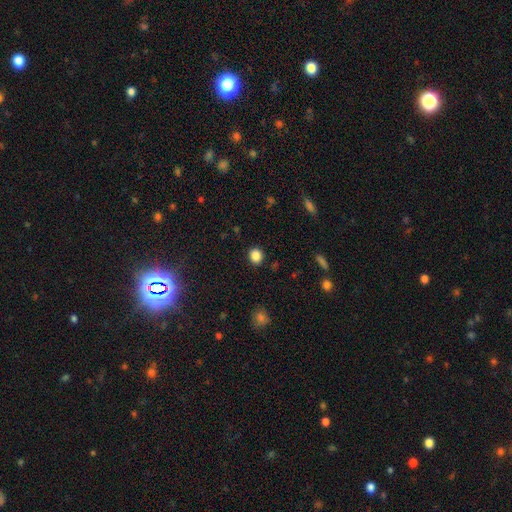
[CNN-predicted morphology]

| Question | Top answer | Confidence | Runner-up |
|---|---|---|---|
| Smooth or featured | smooth | 86% | star or artifact (11%) |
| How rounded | round | 76% | in between (23%) |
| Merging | none | 89% | minor disturbance (7%) |